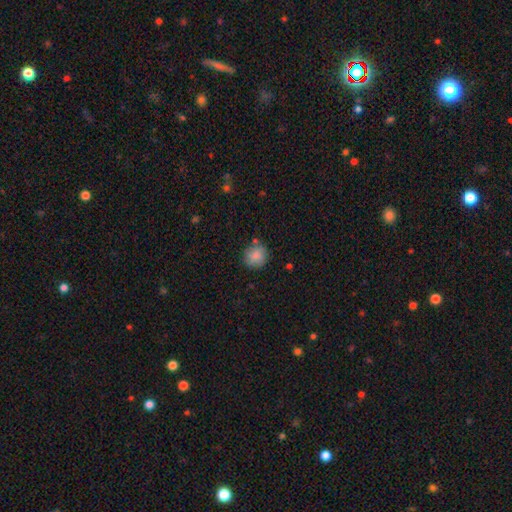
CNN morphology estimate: Overall: smooth (84%). How rounded: round (86%). Merging: none (76%).